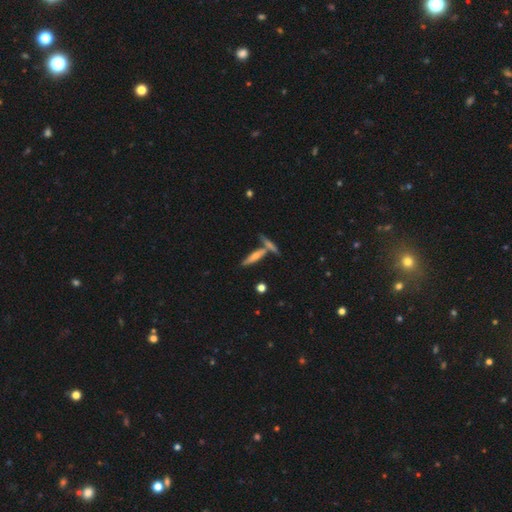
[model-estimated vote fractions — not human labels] A smooth galaxy with no disk features (52%) that is cigar-shaped (78%). Merging: none (59%).